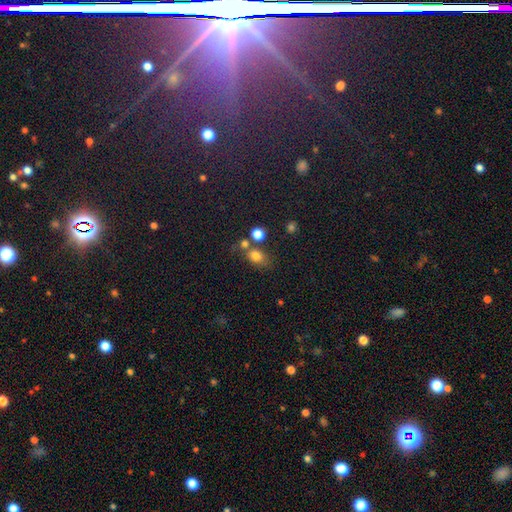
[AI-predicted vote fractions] Overall: smooth (78%). How rounded: in between (53%; round 45%). Merging: none (55%; merger 22%).